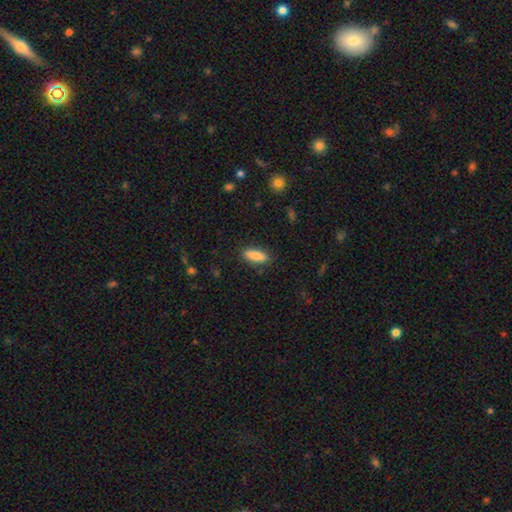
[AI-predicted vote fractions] smooth 85%, featured or disk 8%, star or artifact 7%. Down the decision tree: how rounded — in between (60%); merging — none (87%).